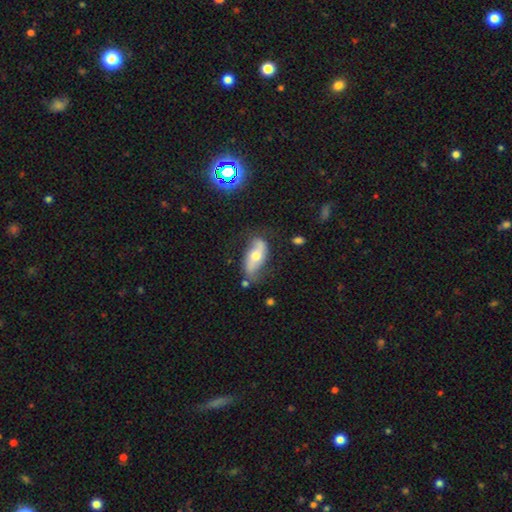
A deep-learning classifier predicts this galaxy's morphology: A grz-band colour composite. It shows a featured or disk galaxy (59%). Merging: none (61%).